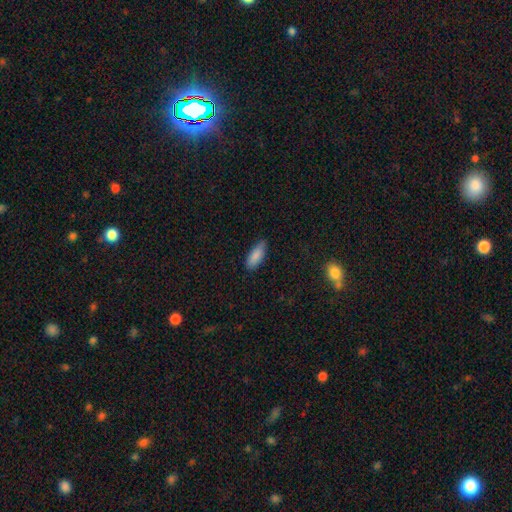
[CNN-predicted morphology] smooth_or_featured: smooth (p=0.87) [alt: star or artifact p=0.07]
how_rounded: in between (p=0.76) [alt: cigar-shaped p=0.23]
merging: none (p=0.75) [alt: minor disturbance p=0.21]